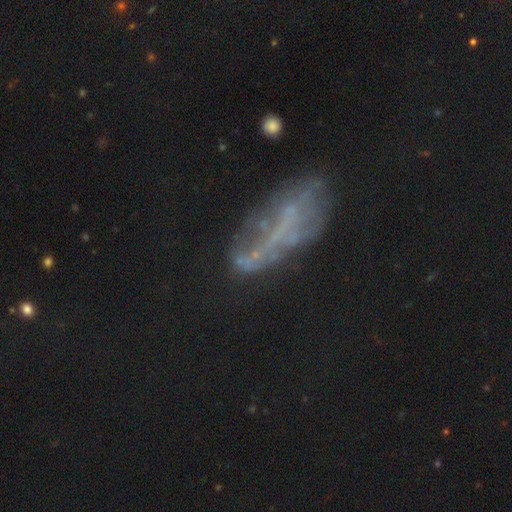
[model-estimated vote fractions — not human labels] A featured or disk galaxy (52%).

Vote fractions:
- Smooth or featured? featured or disk: 52% / smooth: 28% / star or artifact: 19%
- Edge-on disk? no: 85% / yes: 15%
- Merging? none: 40% / major disturbance: 29% / minor disturbance: 21% / merger: 9%